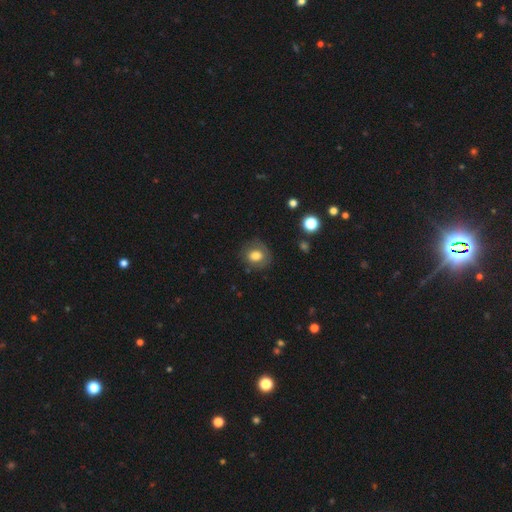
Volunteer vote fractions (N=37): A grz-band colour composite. It shows a smooth galaxy with no disk features (81%) that is round (63%). Merging: none (80%).